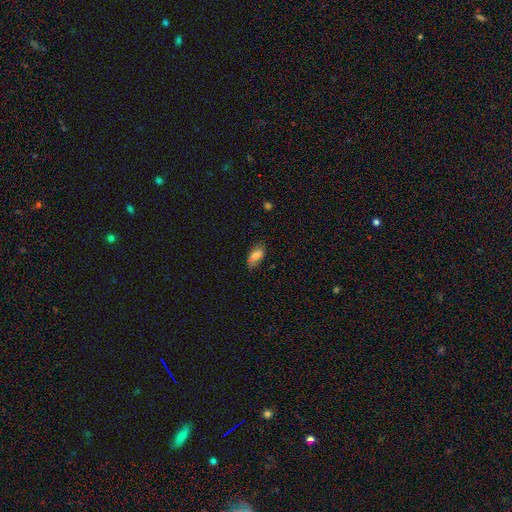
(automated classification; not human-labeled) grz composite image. It shows a smooth galaxy with no disk features (66%) that is in between round and cigar-shaped (88%). Merging: none (76%).